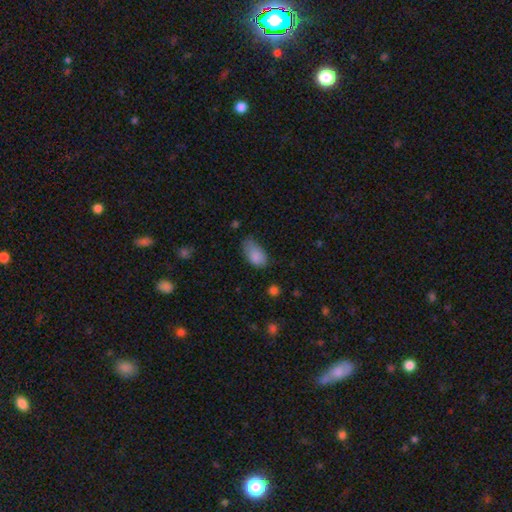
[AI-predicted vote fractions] This appears to be a smooth galaxy with no disk features (85%) that is in between round and cigar-shaped (92%). Merging: none (45%).